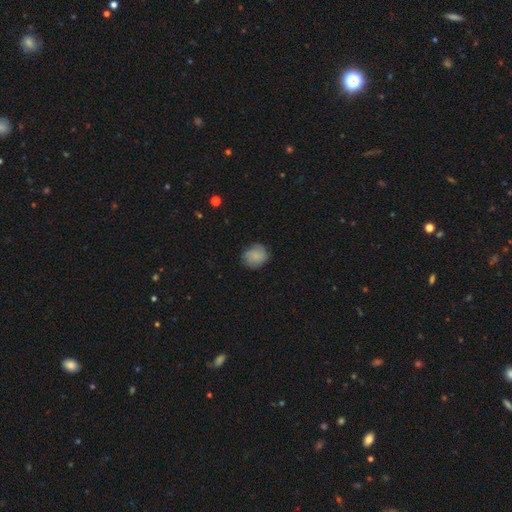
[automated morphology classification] Q: Smooth or featured?
A: smooth (78%); runner-up: featured or disk (14%)
Q: How rounded?
A: round (73%); runner-up: in between (26%)
Q: Merging?
A: none (75%); runner-up: minor disturbance (19%)